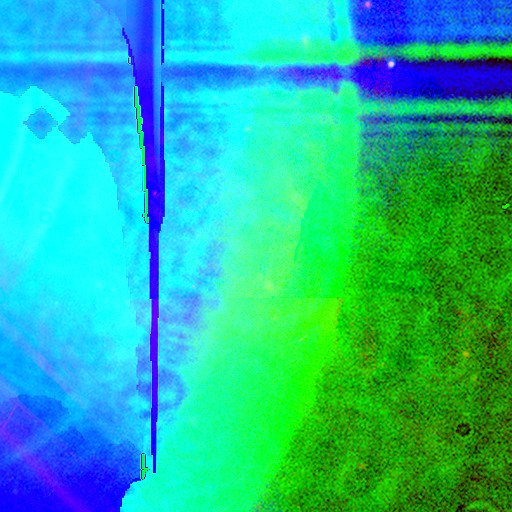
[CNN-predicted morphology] Smooth or featured?
  - star or artifact: 79% *
  - featured or disk: 14%
  - smooth: 8%